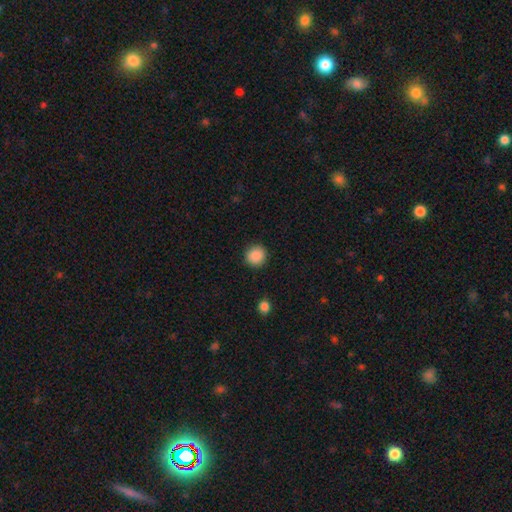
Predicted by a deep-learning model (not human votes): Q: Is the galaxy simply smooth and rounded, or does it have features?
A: smooth — 89%.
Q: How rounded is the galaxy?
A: round — 92%.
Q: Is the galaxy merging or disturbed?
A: none — 91%.